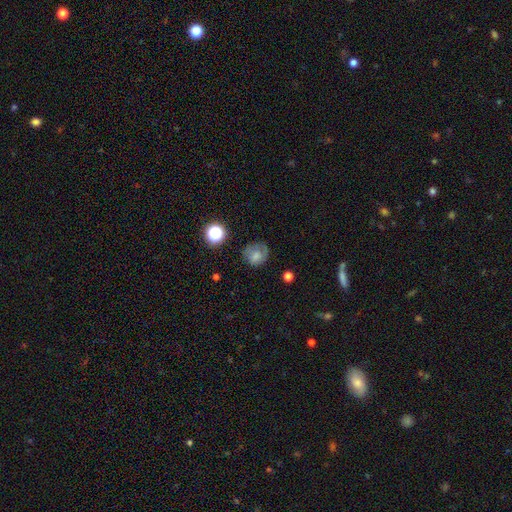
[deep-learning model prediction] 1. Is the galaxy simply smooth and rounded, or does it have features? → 61% smooth, 25% featured or disk, 14% star or artifact.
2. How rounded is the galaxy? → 75% round, 24% in between, 1% cigar-shaped.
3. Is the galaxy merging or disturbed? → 56% none, 26% minor disturbance, 16% major disturbance, 2% merger.